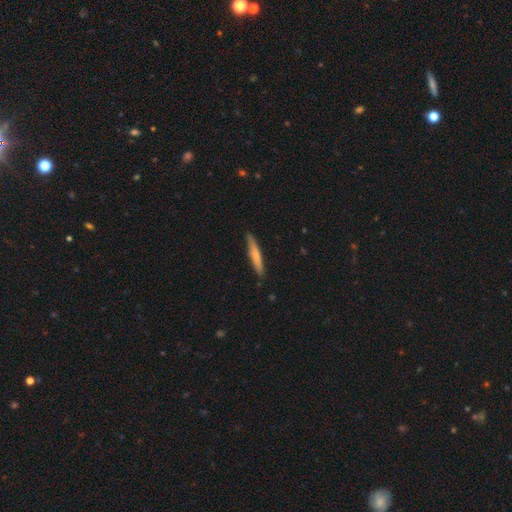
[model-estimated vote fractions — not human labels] The model was most divided on "smooth or featured": smooth: 68%, featured or disk: 26%, star or artifact: 5%. More confident: how rounded — cigar-shaped (94%); merging — none (88%).